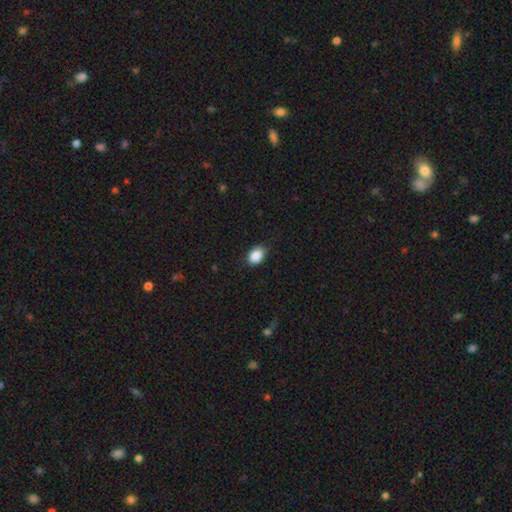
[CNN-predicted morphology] Q: Smooth or featured?
A: smooth (88%); runner-up: star or artifact (8%)
Q: How rounded?
A: in between (79%); runner-up: round (19%)
Q: Merging?
A: none (82%); runner-up: minor disturbance (15%)